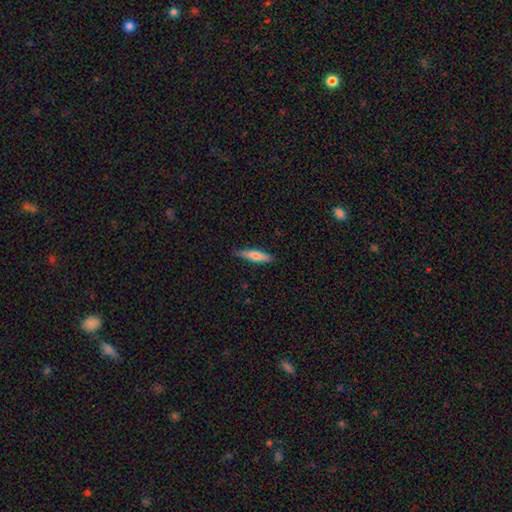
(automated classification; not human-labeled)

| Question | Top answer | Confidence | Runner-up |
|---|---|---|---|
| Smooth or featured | smooth | 67% | featured or disk (27%) |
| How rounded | cigar-shaped | 79% | in between (19%) |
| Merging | none | 86% | minor disturbance (11%) |